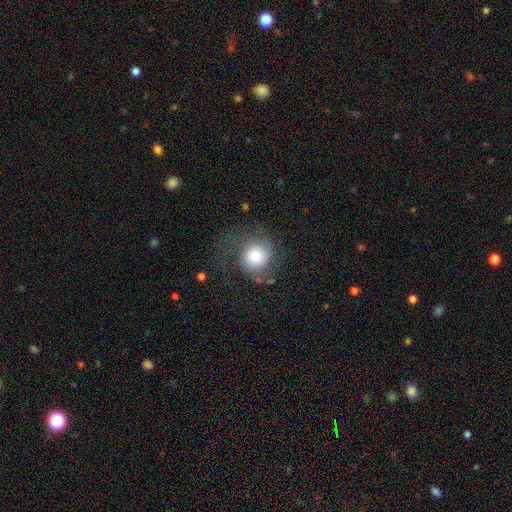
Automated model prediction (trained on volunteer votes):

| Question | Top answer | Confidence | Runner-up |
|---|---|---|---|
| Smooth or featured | smooth | 51% | featured or disk (40%) |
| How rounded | round | 83% | in between (16%) |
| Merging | none | 50% | major disturbance (29%) |